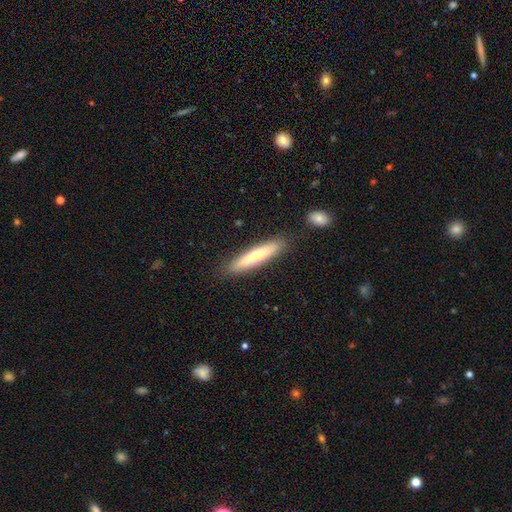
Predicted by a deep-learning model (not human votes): Smooth or featured: smooth — 59% (featured or disk — 35%)
How rounded: cigar-shaped — 87% (in between — 11%)
Merging: none — 86% (minor disturbance — 9%)